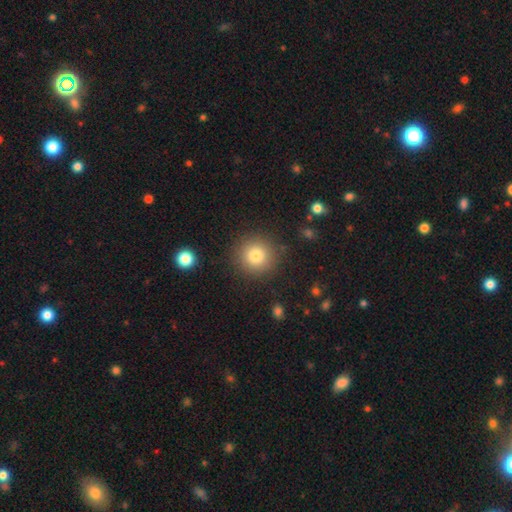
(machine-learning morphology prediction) smooth-or-featured: smooth: 80% | star or artifact: 12% | featured or disk: 8%
  how-rounded: round: 94% | in between: 5% | cigar-shaped: 1%
  merging: none: 88% | minor disturbance: 7% | major disturbance: 3% | merger: 2%